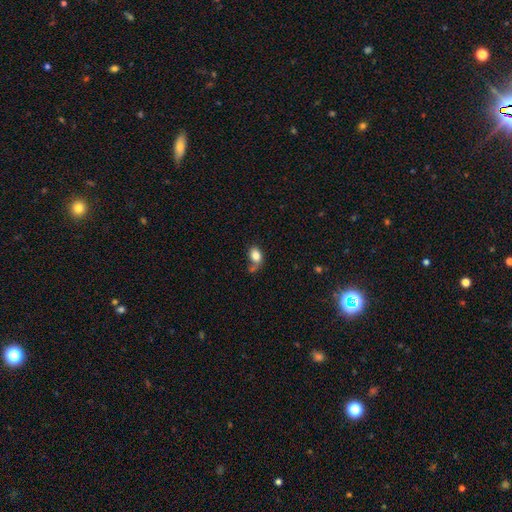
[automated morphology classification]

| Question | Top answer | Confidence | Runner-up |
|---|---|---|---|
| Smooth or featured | smooth | 82% | featured or disk (10%) |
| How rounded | in between | 79% | round (19%) |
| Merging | none | 45% | minor disturbance (23%) |